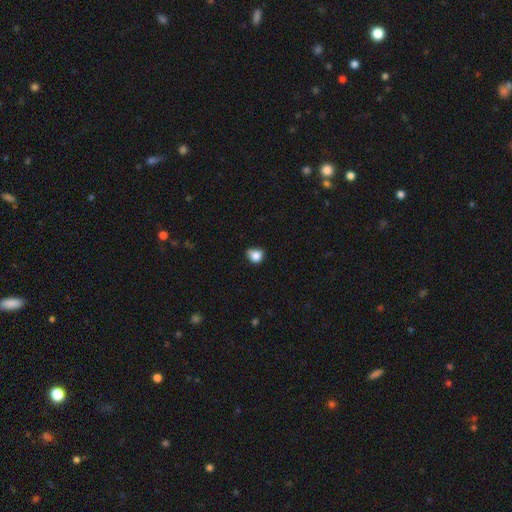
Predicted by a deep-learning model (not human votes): Q: Smooth or featured?
A: smooth (83%); runner-up: star or artifact (11%)
Q: How rounded?
A: round (70%); runner-up: in between (29%)
Q: Merging?
A: none (57%); runner-up: minor disturbance (33%)